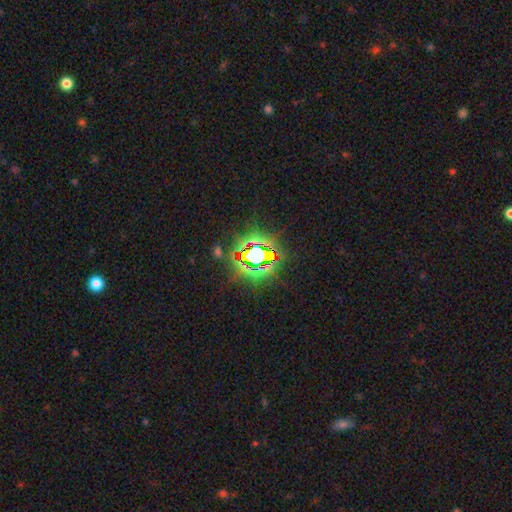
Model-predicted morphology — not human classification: Smooth or featured? star or artifact (78%)